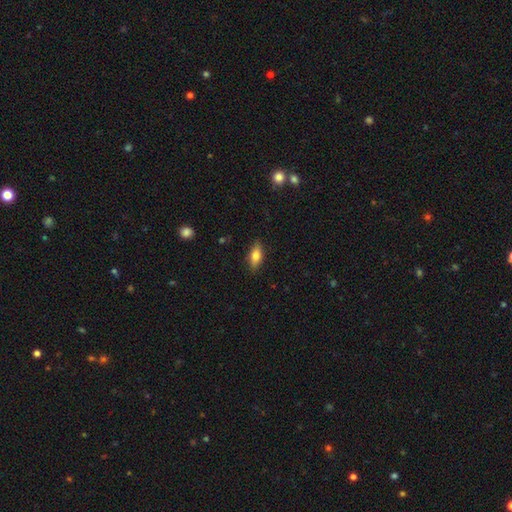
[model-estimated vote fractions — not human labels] The model was most divided on "smooth or featured": smooth: 73%, featured or disk: 20%, star or artifact: 7%. More confident: merging — none (86%); how rounded — in between (76%).